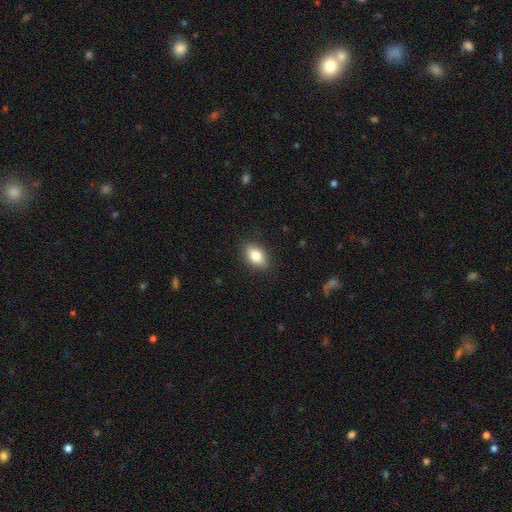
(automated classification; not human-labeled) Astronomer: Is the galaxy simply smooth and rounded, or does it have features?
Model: smooth — 80%.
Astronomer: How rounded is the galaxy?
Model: in between — 84%.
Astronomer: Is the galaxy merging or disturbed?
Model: none — 86%.